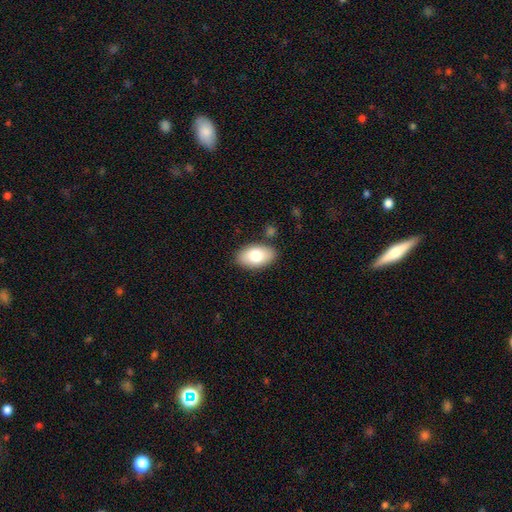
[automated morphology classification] Smooth or featured: smooth — 80% (featured or disk — 14%)
How rounded: in between — 94% (round — 5%)
Merging: none — 84% (minor disturbance — 11%)